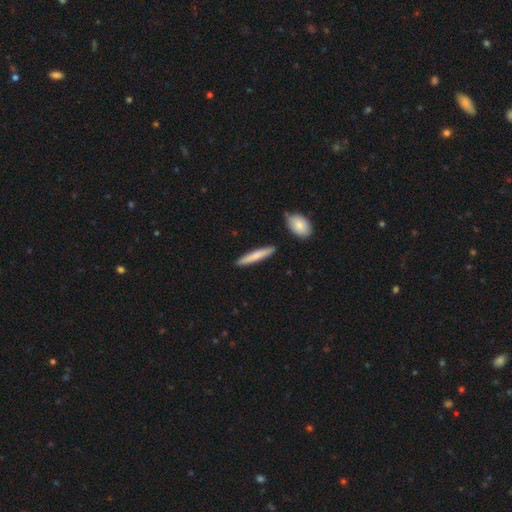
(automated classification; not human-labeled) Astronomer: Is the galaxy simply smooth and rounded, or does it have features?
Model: smooth — 73%.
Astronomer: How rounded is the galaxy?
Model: cigar-shaped — 92%.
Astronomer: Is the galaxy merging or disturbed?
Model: none — 89%.